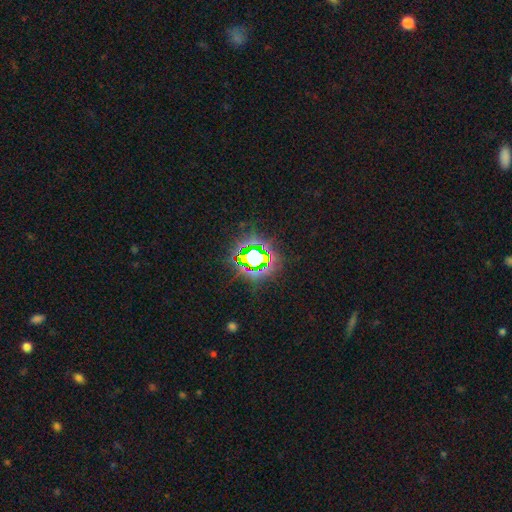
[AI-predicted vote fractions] Overall: star or artifact (74%).